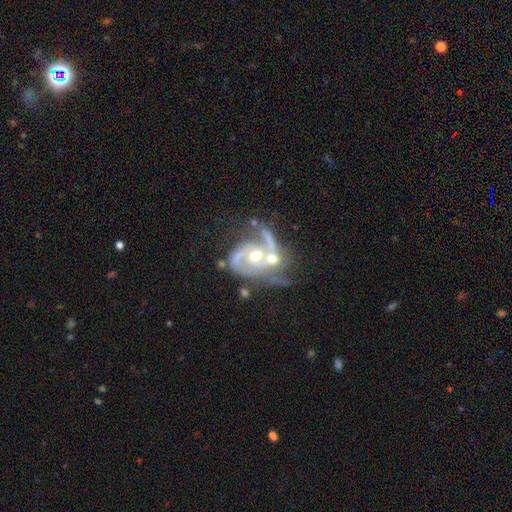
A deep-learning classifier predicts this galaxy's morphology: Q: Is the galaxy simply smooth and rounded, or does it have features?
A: featured or disk — 84%.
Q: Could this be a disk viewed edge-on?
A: no — 97%.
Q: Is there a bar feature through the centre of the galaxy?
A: no — 67%.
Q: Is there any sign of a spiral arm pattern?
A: yes — 89%.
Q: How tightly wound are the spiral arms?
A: medium — 47%.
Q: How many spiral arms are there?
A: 2 — 62%.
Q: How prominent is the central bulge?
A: moderate — 74%.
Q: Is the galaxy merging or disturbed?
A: merger — 55%.